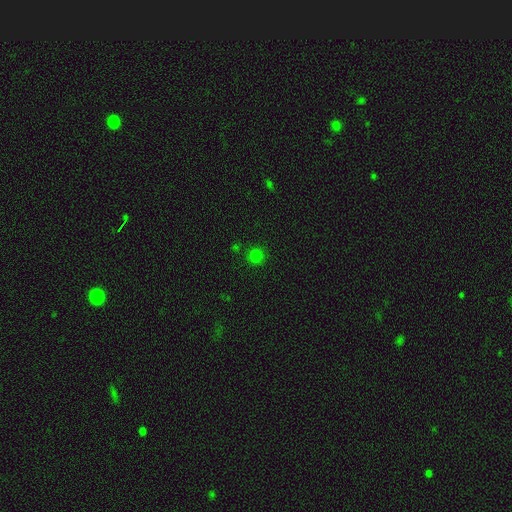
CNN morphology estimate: type=smooth (77%); roundness=round (94%); merging=none (89%).